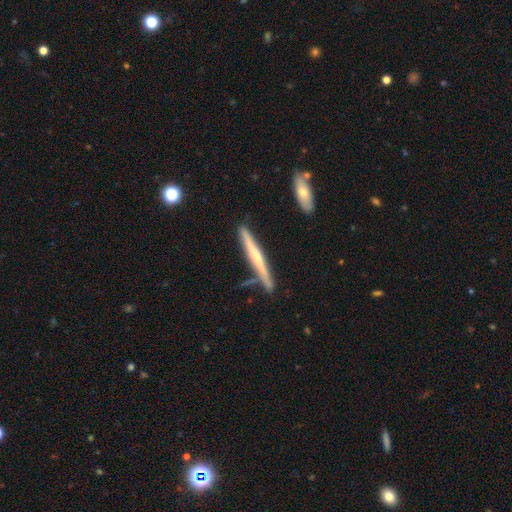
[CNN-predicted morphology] This appears to be a featured or disk galaxy (60%) viewed edge-on (96%) with a rounded central bulge (50%). Merging: none (77%).